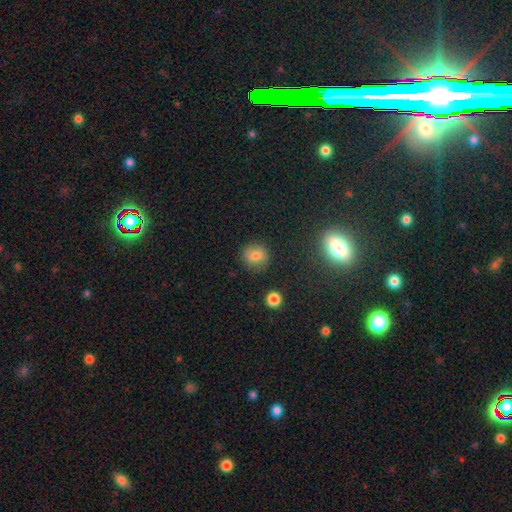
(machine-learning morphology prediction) Smooth or featured: smooth — 78% (star or artifact — 13%)
How rounded: round — 87% (in between — 12%)
Merging: none — 85% (minor disturbance — 10%)